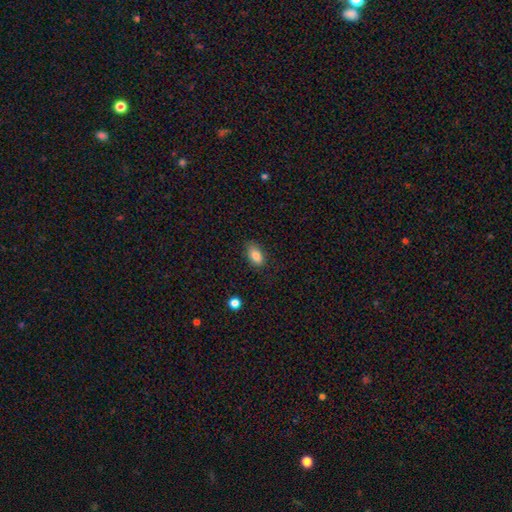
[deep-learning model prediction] Overall: smooth (85%). How rounded: in between (89%). Merging: none (79%).